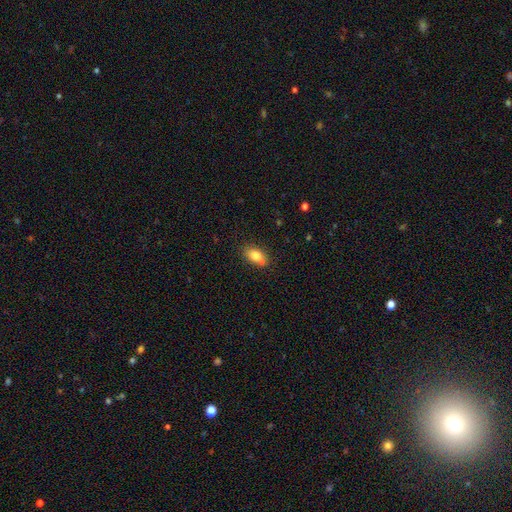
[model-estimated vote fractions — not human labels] smooth_or_featured: smooth (p=0.81) [alt: featured or disk p=0.11]
how_rounded: in between (p=0.88) [alt: round p=0.08]
merging: none (p=0.70) [alt: minor disturbance p=0.17]